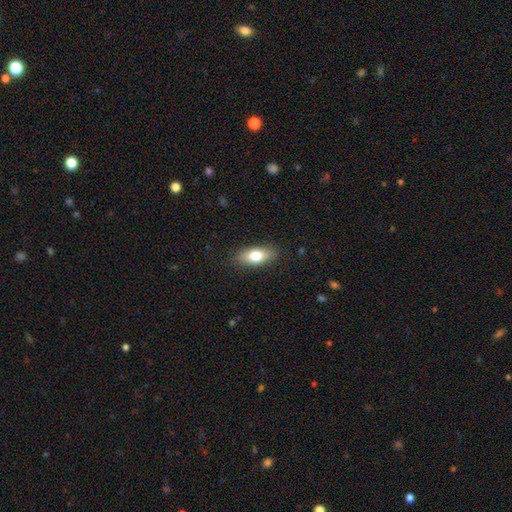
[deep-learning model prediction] Smooth or featured?
  - smooth: 75% *
  - featured or disk: 18%
  - star or artifact: 7%
How rounded?
  - in between: 79% *
  - cigar-shaped: 16%
  - round: 4%
Merging?
  - none: 87% *
  - minor disturbance: 10%
  - major disturbance: 3%
  - merger: 1%